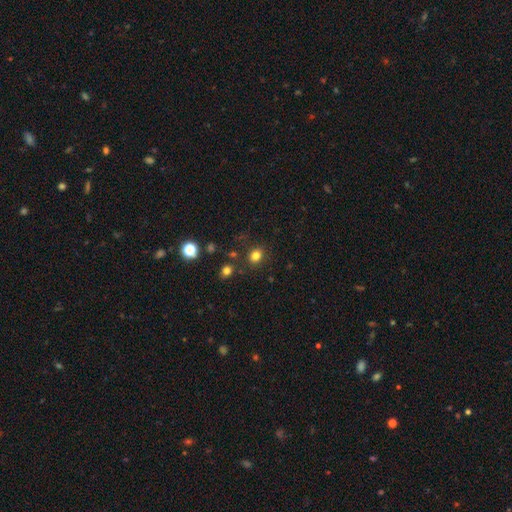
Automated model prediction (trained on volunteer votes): The model was most divided on "how rounded": round: 64%, in between: 35%, cigar-shaped: 1%. More confident: merging — none (83%); smooth or featured — smooth (79%).